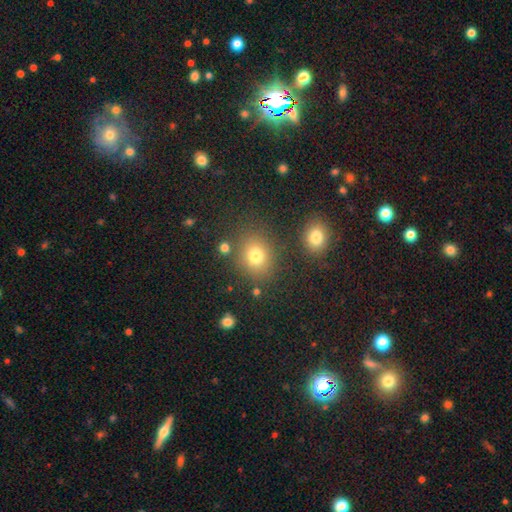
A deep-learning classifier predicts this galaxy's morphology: smooth 75%, star or artifact 16%, featured or disk 9%. Down the decision tree: how rounded — round (64%); merging — none (79%).